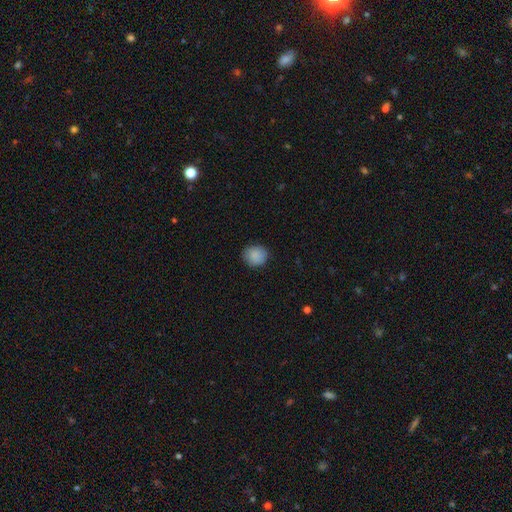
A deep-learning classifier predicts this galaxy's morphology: Smooth or featured? Predicted: smooth (p=0.88). How rounded? Predicted: round (p=0.85). Merging? Predicted: none (p=0.85).